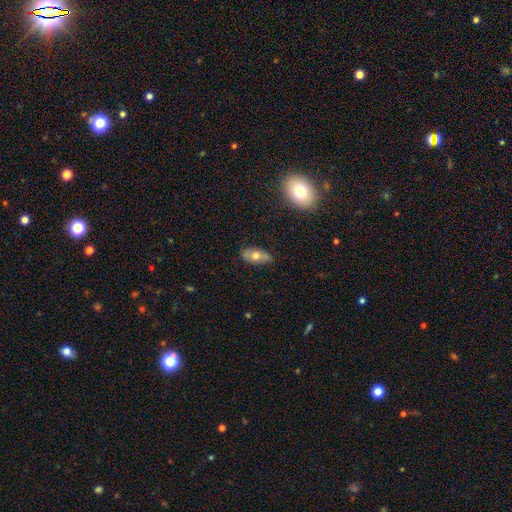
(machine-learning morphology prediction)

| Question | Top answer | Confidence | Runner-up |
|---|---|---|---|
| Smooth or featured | smooth | 61% | featured or disk (31%) |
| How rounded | in between | 82% | cigar-shaped (14%) |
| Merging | none | 83% | minor disturbance (13%) |